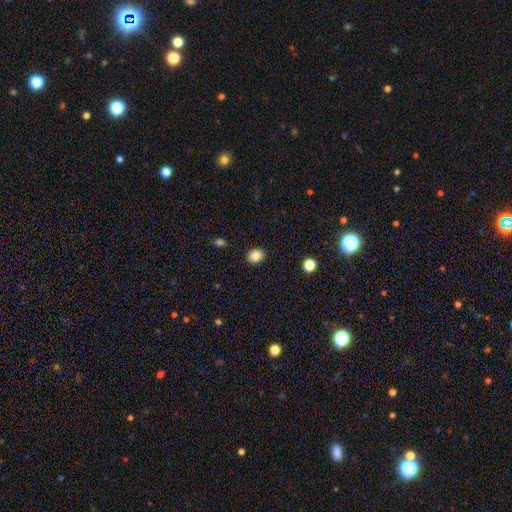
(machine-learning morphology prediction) This is clearly a smooth galaxy (85%). How rounded: possibly round (53%). Merging: clearly none (89%).